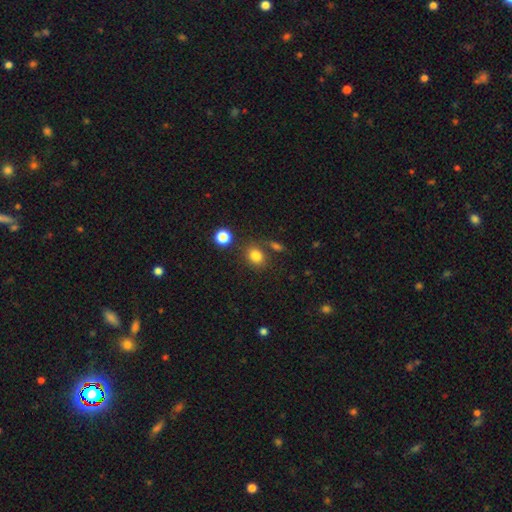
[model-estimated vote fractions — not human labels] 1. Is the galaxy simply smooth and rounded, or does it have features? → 81% smooth, 12% star or artifact, 6% featured or disk.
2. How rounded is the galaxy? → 58% round, 41% in between, 1% cigar-shaped.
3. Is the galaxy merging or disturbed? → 73% none, 12% minor disturbance, 10% merger, 5% major disturbance.